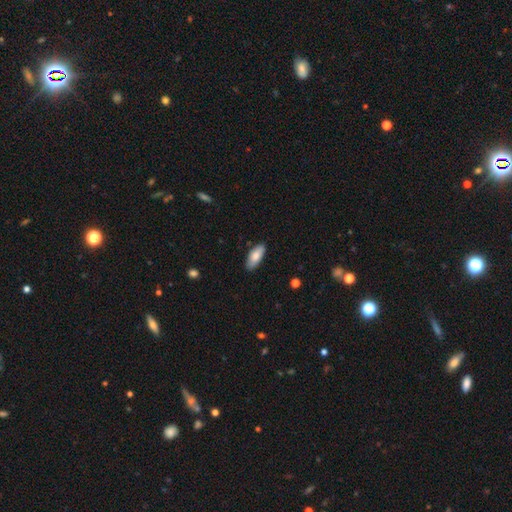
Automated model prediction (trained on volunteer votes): Q: Smooth or featured?
A: smooth (81%); runner-up: featured or disk (14%)
Q: How rounded?
A: in between (84%); runner-up: cigar-shaped (15%)
Q: Merging?
A: none (87%); runner-up: minor disturbance (11%)